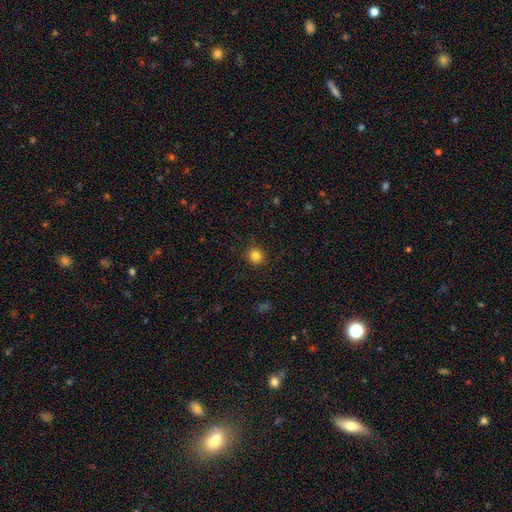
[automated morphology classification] smooth-or-featured: smooth: 82% | star or artifact: 13% | featured or disk: 5%
  how-rounded: round: 92% | in between: 7% | cigar-shaped: 1%
  merging: none: 92% | minor disturbance: 6% | major disturbance: 2% | merger: 1%